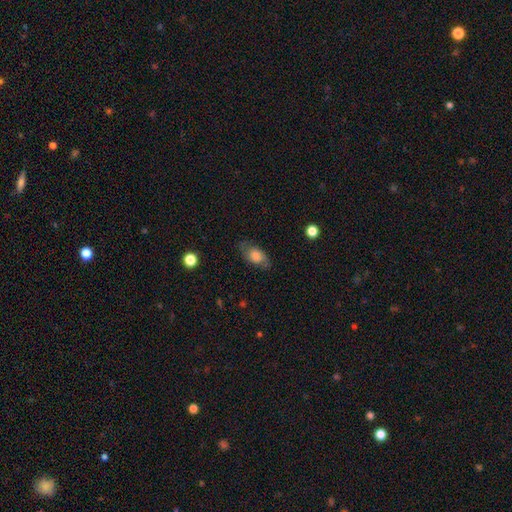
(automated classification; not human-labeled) Smooth or featured: smooth — 61% (featured or disk — 30%)
How rounded: in between — 84% (round — 11%)
Merging: none — 74% (minor disturbance — 18%)